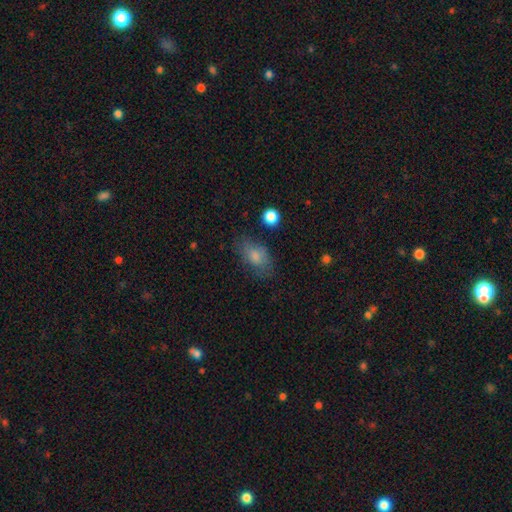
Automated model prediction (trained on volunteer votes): A smooth galaxy with no disk features (74%) that is in between round and cigar-shaped (86%). Merging: none (62%).